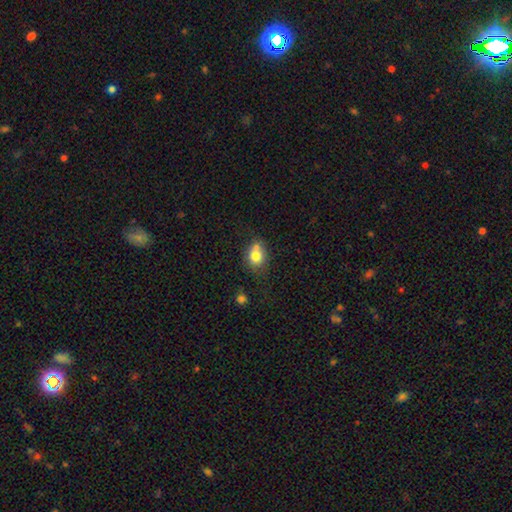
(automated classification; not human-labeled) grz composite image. It shows a smooth galaxy with no disk features (78%) that is round (55%). Merging: none (48%).